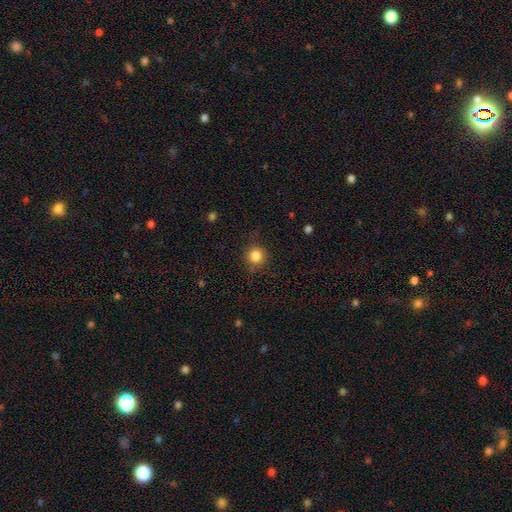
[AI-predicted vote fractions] A smooth galaxy with no disk features (84%) that is round (91%). Merging: none (83%).